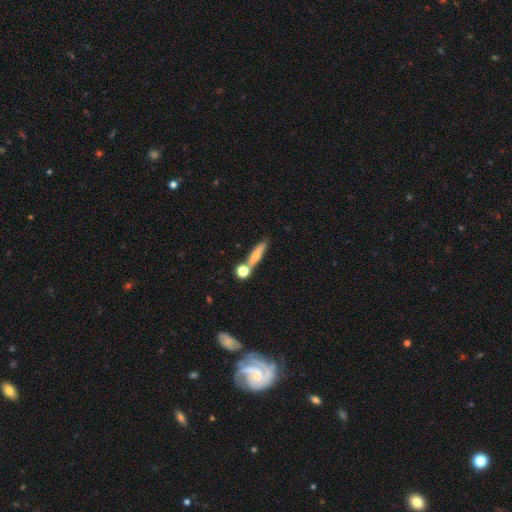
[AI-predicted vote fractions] Smooth or featured? Predicted: smooth (p=0.58). How rounded? Predicted: cigar-shaped (p=0.71). Merging? Predicted: none (p=0.61).